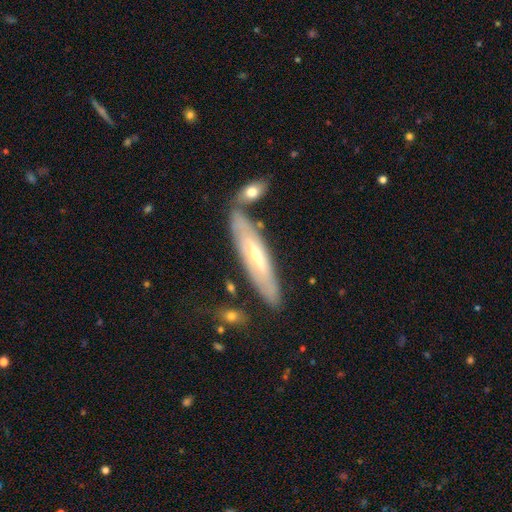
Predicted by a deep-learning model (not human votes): smooth_or_featured: featured or disk (p=0.69) [alt: smooth p=0.25]
disk_edge_on: no (p=0.54) [alt: yes p=0.46]
merging: none (p=0.75) [alt: minor disturbance p=0.13]